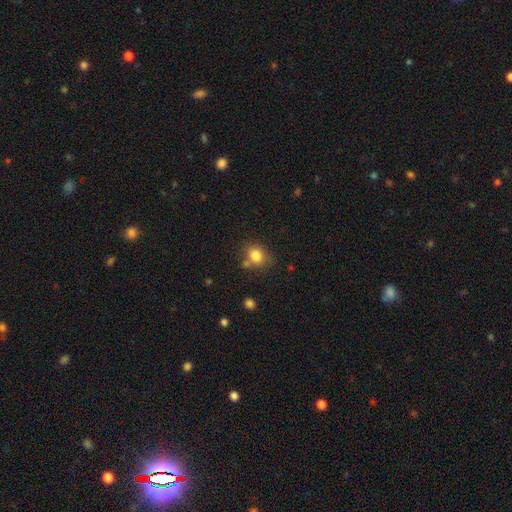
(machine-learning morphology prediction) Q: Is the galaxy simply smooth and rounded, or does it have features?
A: smooth — 81%.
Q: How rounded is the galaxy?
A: round — 63%.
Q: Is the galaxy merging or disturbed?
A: none — 65%.